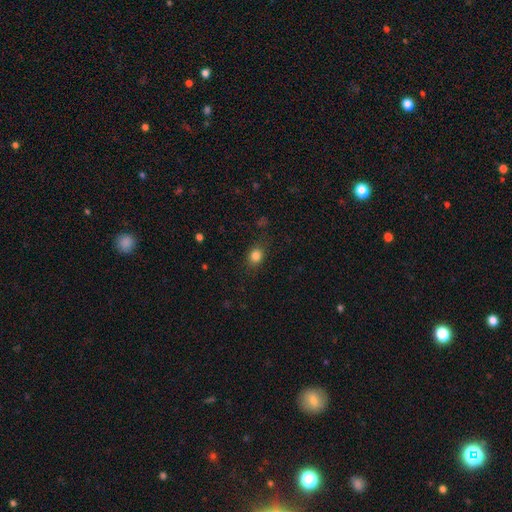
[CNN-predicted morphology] This is clearly a smooth galaxy (83%). How rounded: possibly round (57%). Merging: clearly none (82%).